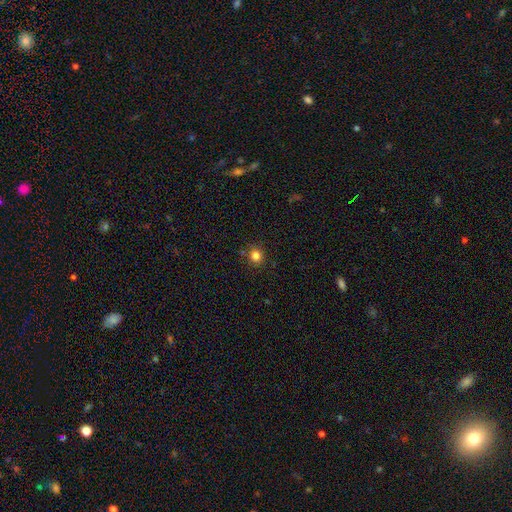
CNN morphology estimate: smooth 82%, star or artifact 13%, featured or disk 5%. Down the decision tree: how rounded — round (89%); merging — none (85%).